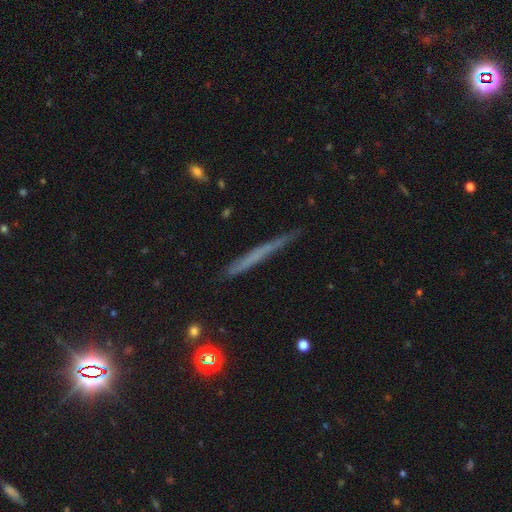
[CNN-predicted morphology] type=smooth (46%); merging=none (84%).